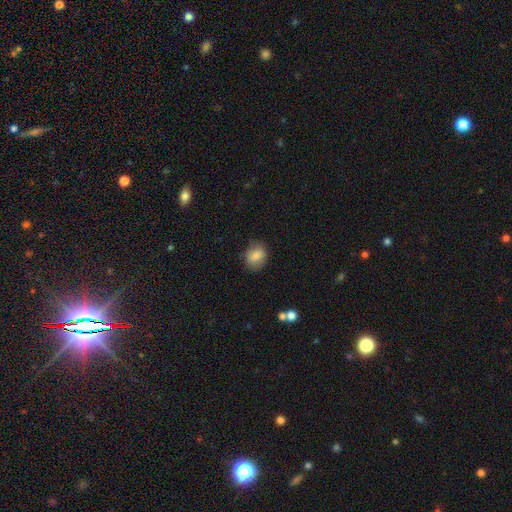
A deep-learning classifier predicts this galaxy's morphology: smooth 78%, featured or disk 14%, star or artifact 8%. Down the decision tree: how rounded — in between (53%); merging — none (76%).